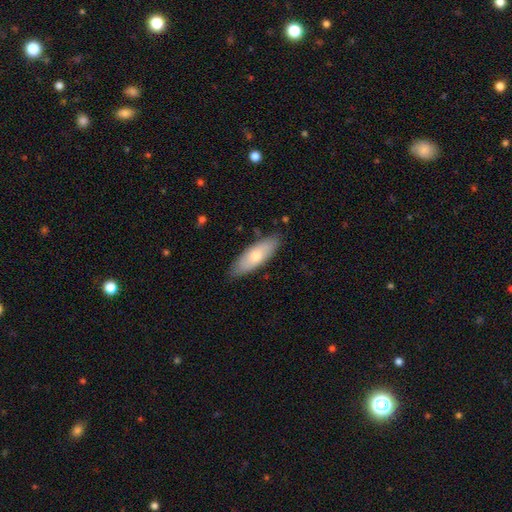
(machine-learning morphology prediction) smooth-or-featured: smooth: 68% | featured or disk: 26% | star or artifact: 6%
  how-rounded: in between: 61% | cigar-shaped: 37% | round: 2%
  merging: none: 85% | minor disturbance: 12% | major disturbance: 2% | merger: 1%